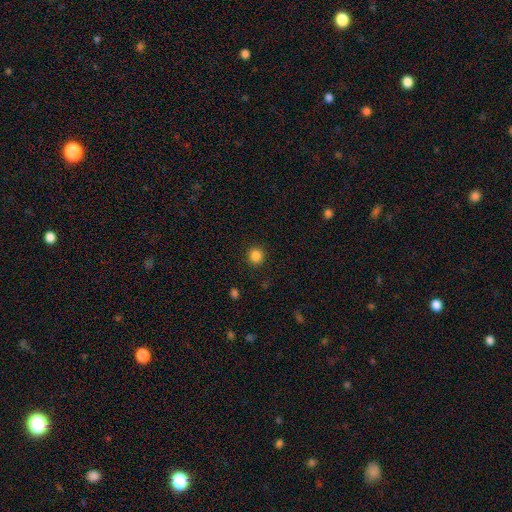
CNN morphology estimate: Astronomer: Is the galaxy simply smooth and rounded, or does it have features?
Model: smooth — 85%.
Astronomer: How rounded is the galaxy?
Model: round — 94%.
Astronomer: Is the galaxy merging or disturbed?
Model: none — 91%.